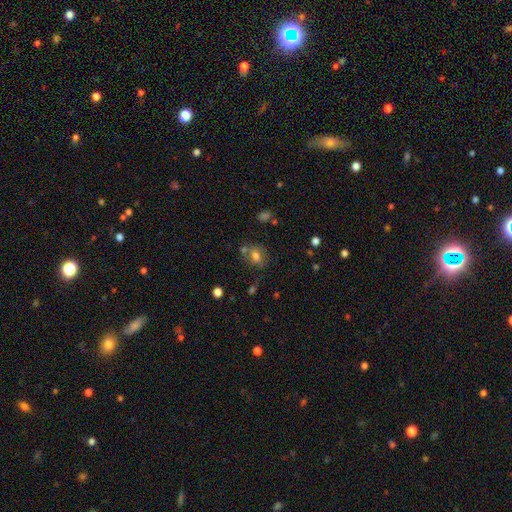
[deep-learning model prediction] This is likely a smooth galaxy (67%). How rounded: possibly in between (59%). Merging: possibly none (56%).